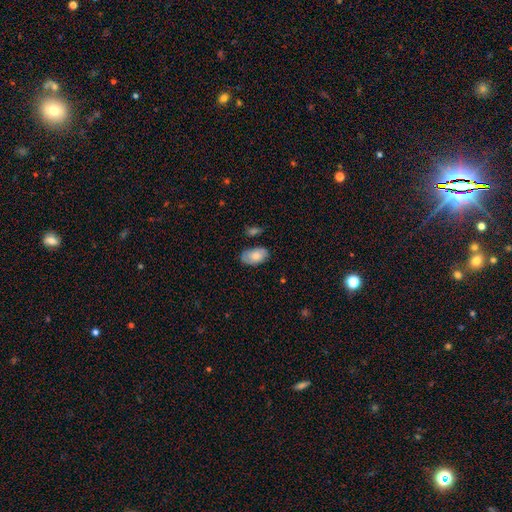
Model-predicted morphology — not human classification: Smooth or featured: smooth — 71% (featured or disk — 23%)
How rounded: in between — 92% (round — 7%)
Merging: none — 68% (minor disturbance — 23%)